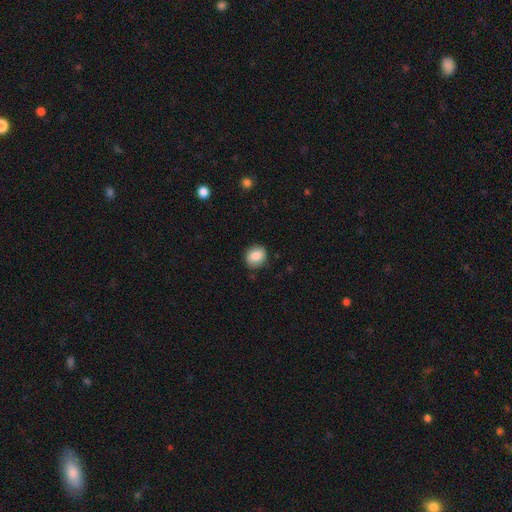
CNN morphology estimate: Overall: smooth (86%). How rounded: round (65%; in between 34%). Merging: none (84%).